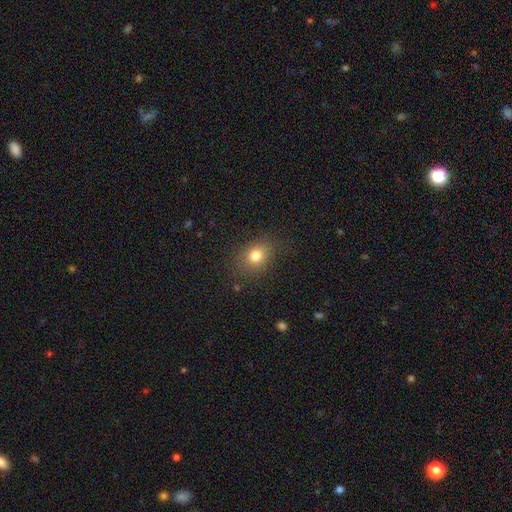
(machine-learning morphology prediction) Smooth or featured: smooth — 79% (star or artifact — 12%)
How rounded: in between — 50% (round — 49%)
Merging: none — 81% (minor disturbance — 13%)